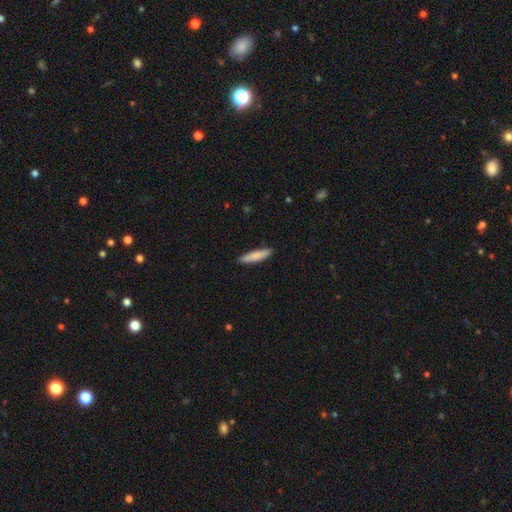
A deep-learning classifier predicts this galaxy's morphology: A smooth galaxy with no disk features (82%) that is cigar-shaped (83%). Merging: none (89%).